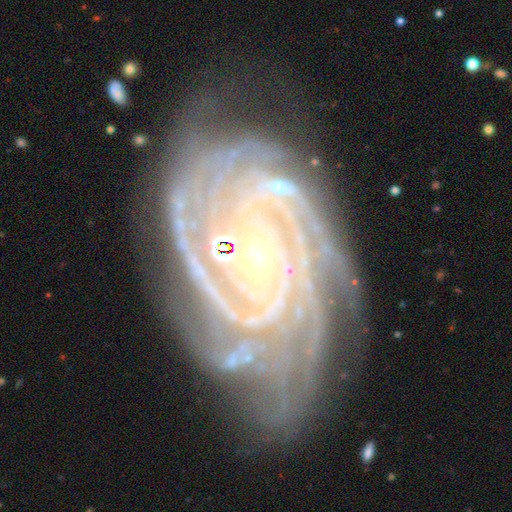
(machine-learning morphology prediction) Smooth or featured: featured or disk — 91% (star or artifact — 5%)
Edge-on disk: no — 97% (yes — 3%)
Bar: no — 68% (weak — 20%)
Spiral arms: yes — 98% (no — 2%)
Spiral winding: tight — 82% (medium — 16%)
Spiral arm count: 4 — 27% (more than 4 — 22%)
Bulge size: small — 80% (moderate — 16%)
Merging: none — 72% (minor disturbance — 19%)